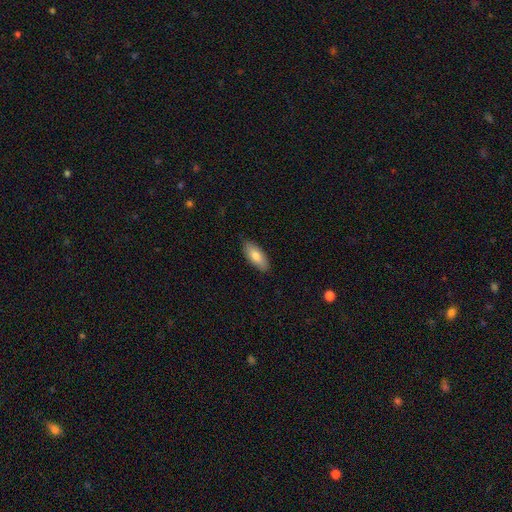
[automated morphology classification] The model was most divided on "smooth or featured": smooth: 79%, featured or disk: 15%, star or artifact: 6%. More confident: merging — none (88%); how rounded — in between (83%).